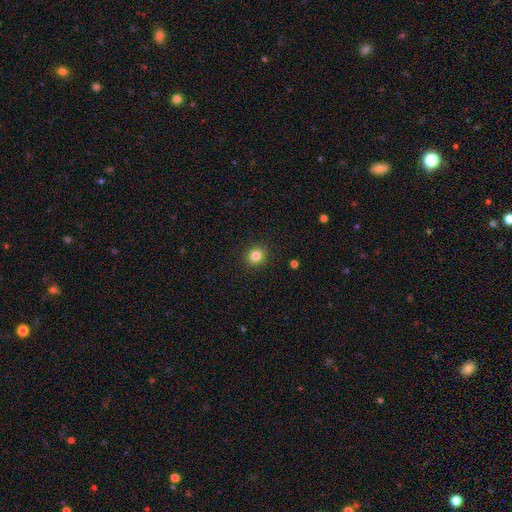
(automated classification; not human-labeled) A smooth galaxy with no disk features (83%) that is round (84%). Merging: none (91%).